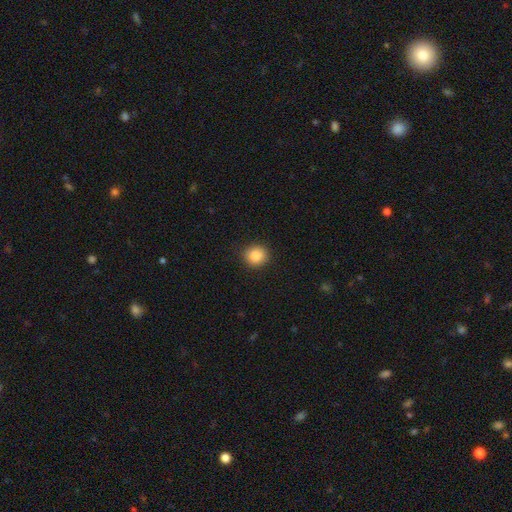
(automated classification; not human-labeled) This is clearly a smooth galaxy (88%). How rounded: clearly round (87%). Merging: clearly none (89%).